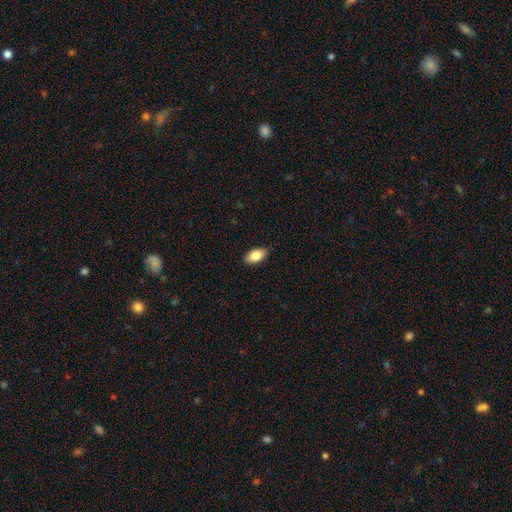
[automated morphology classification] The model was most divided on "smooth or featured": smooth: 85%, featured or disk: 8%, star or artifact: 7%. More confident: how rounded — in between (93%); merging — none (87%).